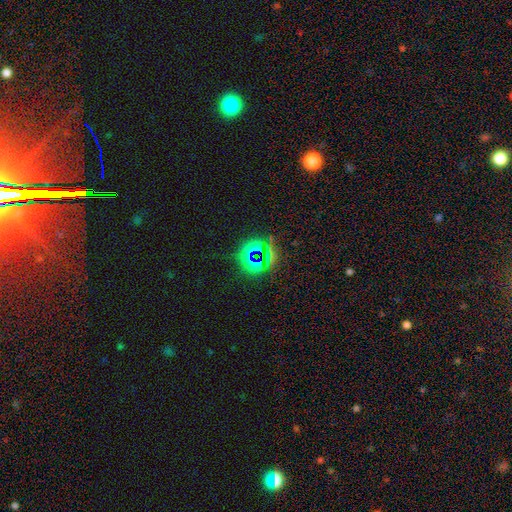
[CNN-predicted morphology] The model was most divided on "smooth or featured": star or artifact: 69%, smooth: 21%, featured or disk: 10%.